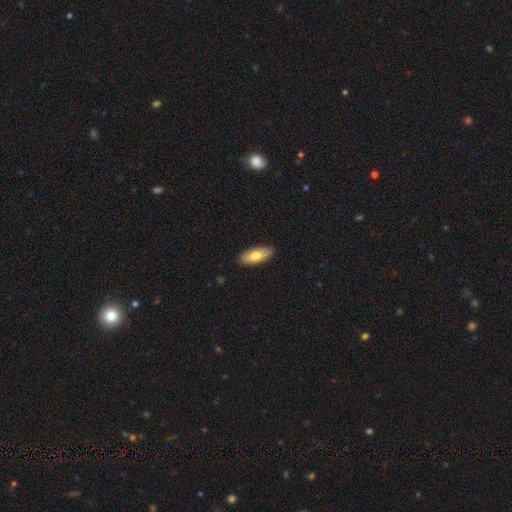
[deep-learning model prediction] Smooth or featured?
  - smooth: 78% *
  - featured or disk: 16%
  - star or artifact: 6%
How rounded?
  - in between: 80% *
  - cigar-shaped: 18%
  - round: 2%
Merging?
  - none: 88% *
  - minor disturbance: 9%
  - major disturbance: 2%
  - merger: 1%